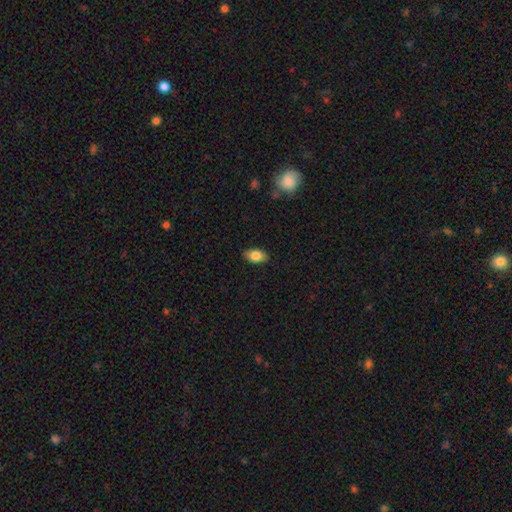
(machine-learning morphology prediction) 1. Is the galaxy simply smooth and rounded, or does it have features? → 83% smooth, 9% featured or disk, 8% star or artifact.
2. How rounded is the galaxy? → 91% in between, 7% round, 2% cigar-shaped.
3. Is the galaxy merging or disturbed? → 87% none, 10% minor disturbance, 2% major disturbance, 1% merger.